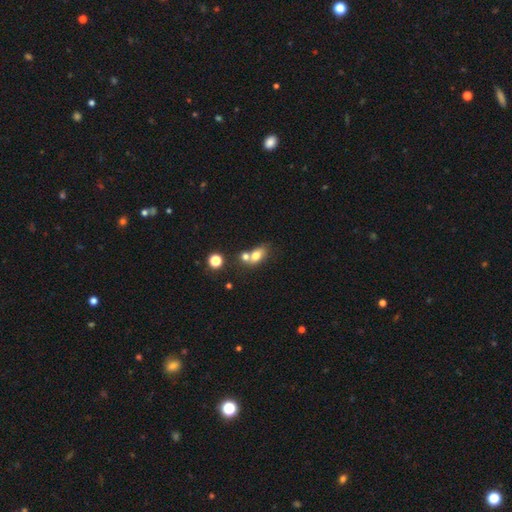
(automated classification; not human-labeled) Q: Smooth or featured?
A: smooth (73%); runner-up: featured or disk (16%)
Q: How rounded?
A: in between (71%); runner-up: round (27%)
Q: Merging?
A: merger (52%); runner-up: none (33%)